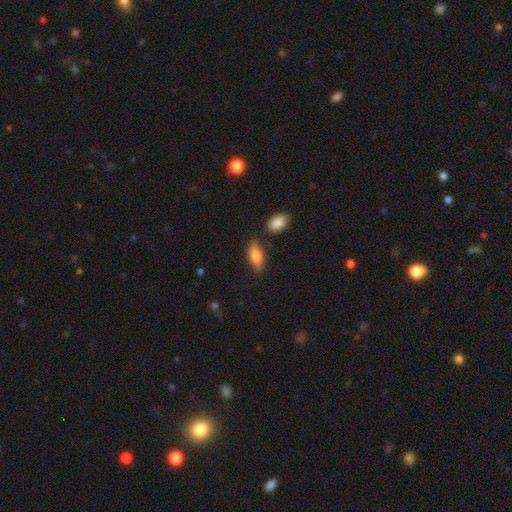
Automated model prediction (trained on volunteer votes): Overall: smooth (76%). How rounded: in between (80%). Merging: none (76%).